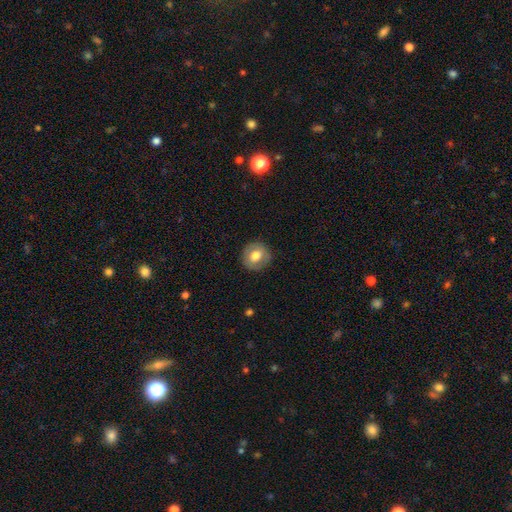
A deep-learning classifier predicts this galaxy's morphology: Smooth or featured: smooth — 67% (featured or disk — 25%)
How rounded: round — 89% (in between — 10%)
Merging: none — 87% (minor disturbance — 9%)